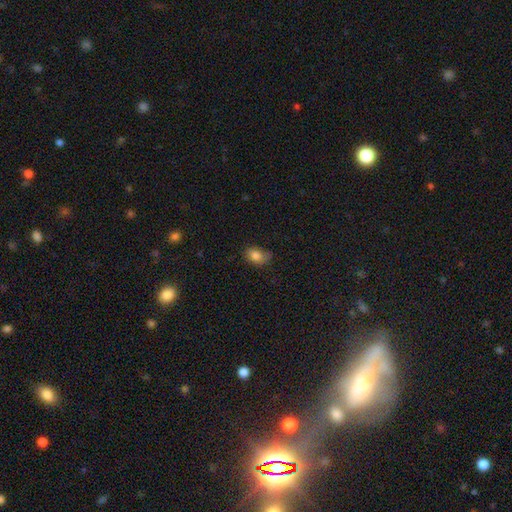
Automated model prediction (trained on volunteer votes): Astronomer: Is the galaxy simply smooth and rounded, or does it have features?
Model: smooth — 83%.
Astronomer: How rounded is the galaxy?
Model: in between — 73%.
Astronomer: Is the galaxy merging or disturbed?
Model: none — 59%.